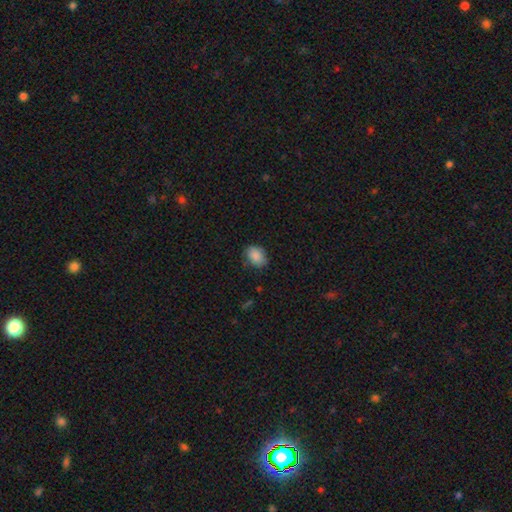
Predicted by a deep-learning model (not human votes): Q: Smooth or featured?
A: smooth (88%); runner-up: star or artifact (8%)
Q: How rounded?
A: in between (69%); runner-up: round (30%)
Q: Merging?
A: none (74%); runner-up: minor disturbance (20%)